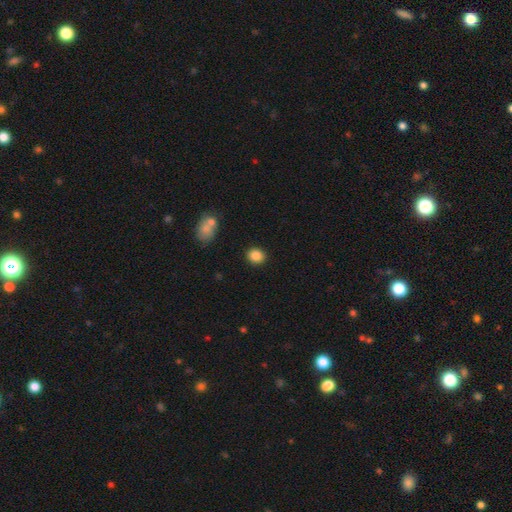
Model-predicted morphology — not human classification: Q: Smooth or featured?
A: smooth (86%); runner-up: star or artifact (9%)
Q: How rounded?
A: round (72%); runner-up: in between (27%)
Q: Merging?
A: none (89%); runner-up: minor disturbance (7%)